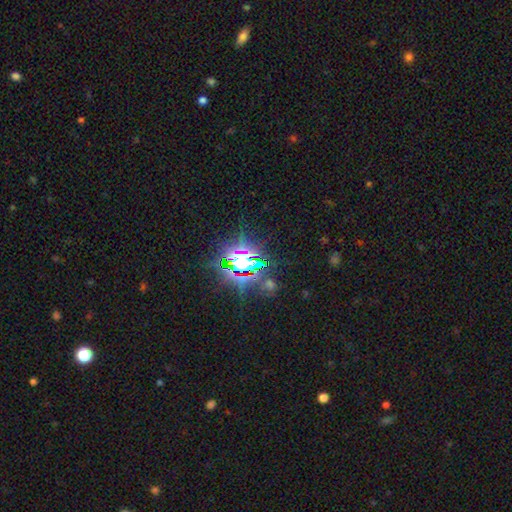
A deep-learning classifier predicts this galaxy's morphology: A star or artifact, not a galaxy (80%).

Vote fractions:
- Smooth or featured? star or artifact: 80% / smooth: 11% / featured or disk: 9%